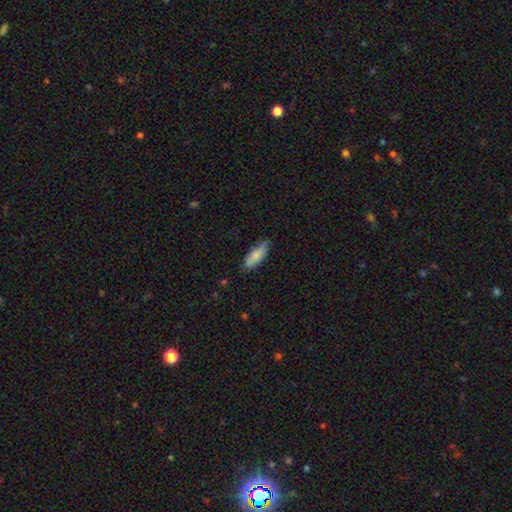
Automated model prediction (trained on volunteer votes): The model was most divided on "how rounded": in between: 73%, cigar-shaped: 25%, round: 2%. More confident: smooth or featured — smooth (80%); merging — none (75%).